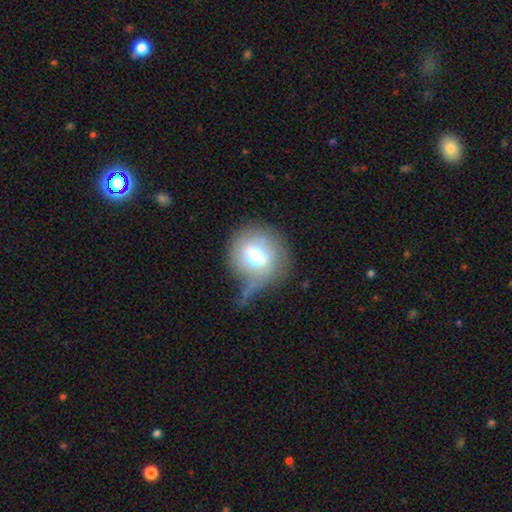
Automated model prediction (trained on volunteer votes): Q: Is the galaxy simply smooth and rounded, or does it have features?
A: smooth — 66%.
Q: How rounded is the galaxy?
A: round — 89%.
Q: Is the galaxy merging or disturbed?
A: none — 40%.